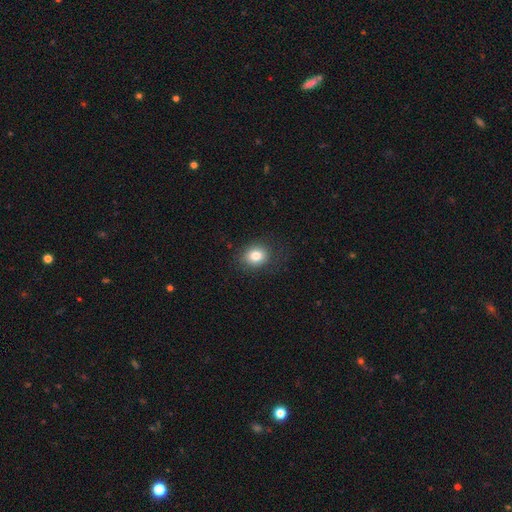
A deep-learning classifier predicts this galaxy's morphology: smooth-or-featured: smooth: 81% | star or artifact: 11% | featured or disk: 8%
  how-rounded: round: 64% | in between: 35% | cigar-shaped: 1%
  merging: none: 83% | minor disturbance: 12% | major disturbance: 5% | merger: 1%